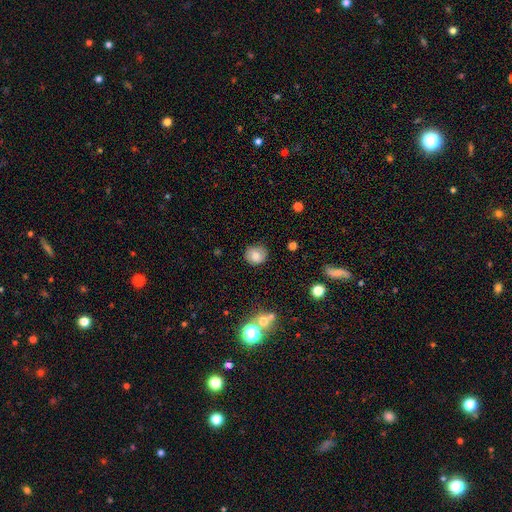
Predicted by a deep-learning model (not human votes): smooth 79%, featured or disk 11%, star or artifact 10%. Down the decision tree: how rounded — round (81%); merging — none (84%).